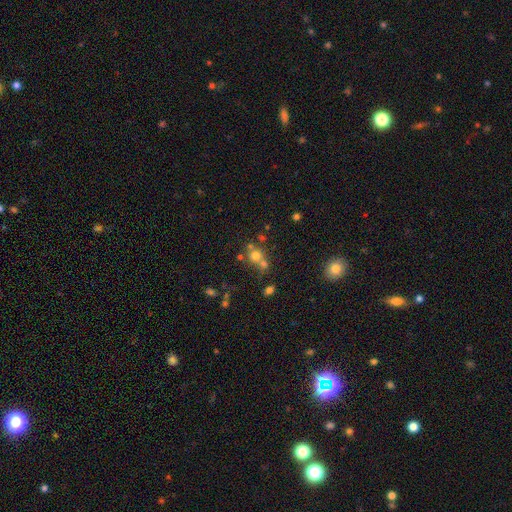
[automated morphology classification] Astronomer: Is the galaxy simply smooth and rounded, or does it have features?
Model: smooth — 64%.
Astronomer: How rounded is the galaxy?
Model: round — 82%.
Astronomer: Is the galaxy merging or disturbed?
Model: none — 46% (runner-up: merger, 40%).